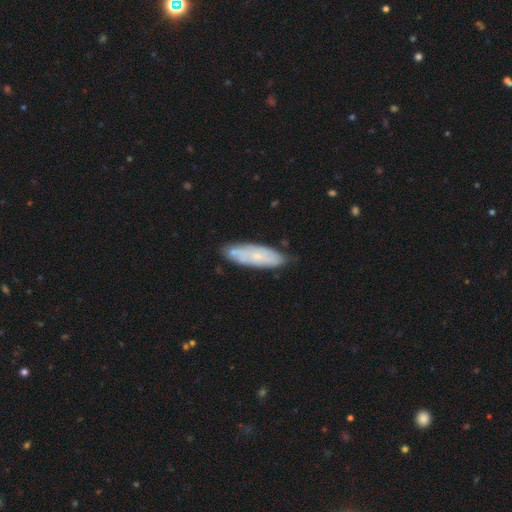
smooth-or-featured: smooth: 56% | featured or disk: 36% | star or artifact: 8%
  how-rounded: cigar-shaped: 55% | in between: 45% | round: 0%
  merging: none: 69% | minor disturbance: 22% | major disturbance: 6% | merger: 3%